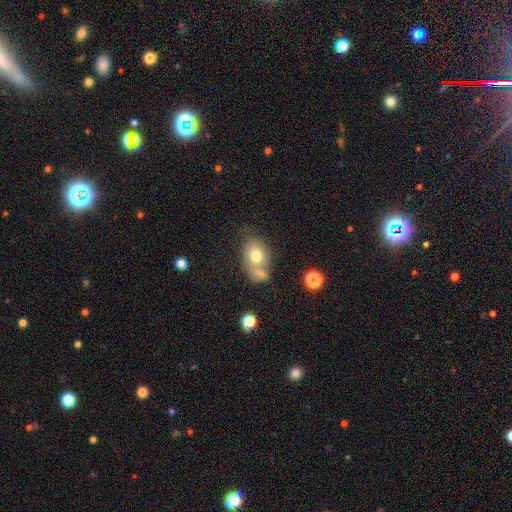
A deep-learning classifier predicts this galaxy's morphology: Smooth or featured? Predicted: smooth (p=0.74). How rounded? Predicted: in between (p=0.59). Merging? Predicted: merger (p=0.41).